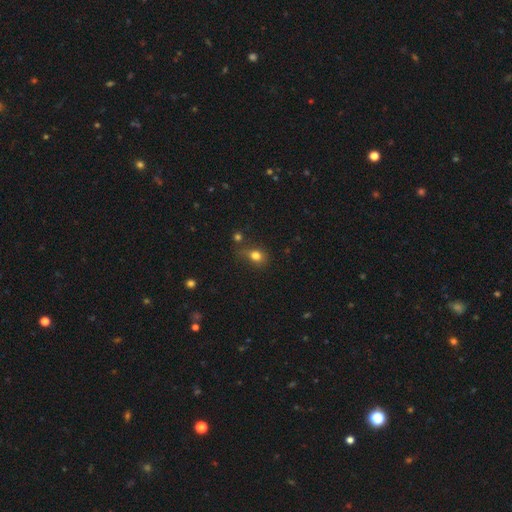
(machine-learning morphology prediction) smooth_or_featured: smooth (p=0.79) [alt: star or artifact p=0.13]
how_rounded: round (p=0.51) [alt: in between p=0.48]
merging: none (p=0.55) [alt: minor disturbance p=0.25]